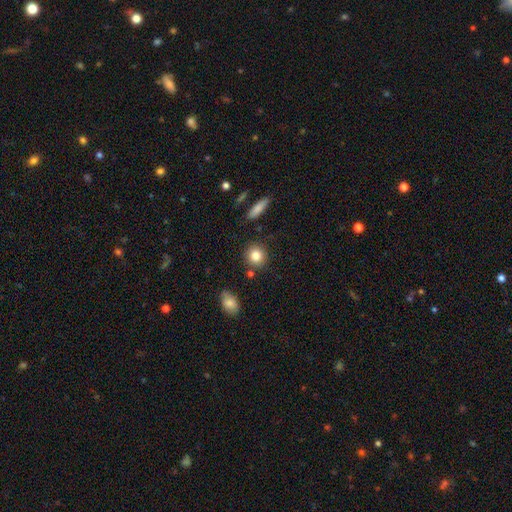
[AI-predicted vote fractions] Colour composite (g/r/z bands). It shows a smooth galaxy with no disk features (84%) that is round (86%). Merging: none (85%).